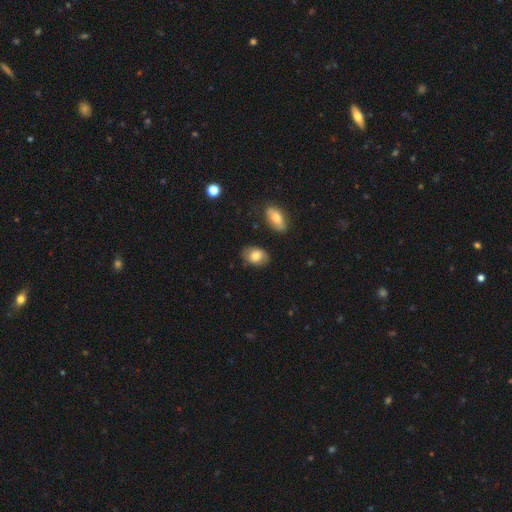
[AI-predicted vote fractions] This is likely a smooth galaxy (77%). How rounded: clearly in between (80%). Merging: likely none (76%).